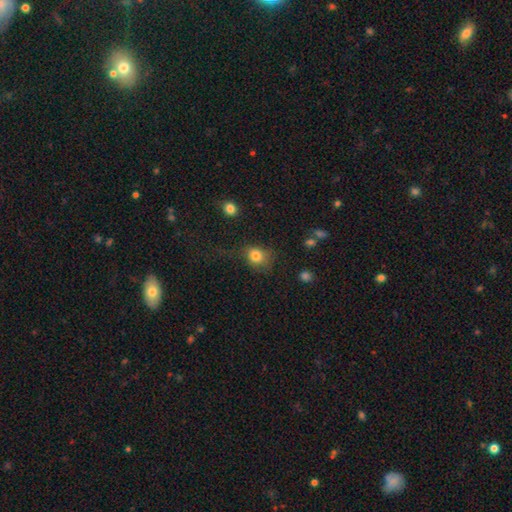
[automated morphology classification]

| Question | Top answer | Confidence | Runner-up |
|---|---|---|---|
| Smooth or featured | smooth | 82% | star or artifact (11%) |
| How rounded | round | 62% | in between (37%) |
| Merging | none | 57% | minor disturbance (24%) |